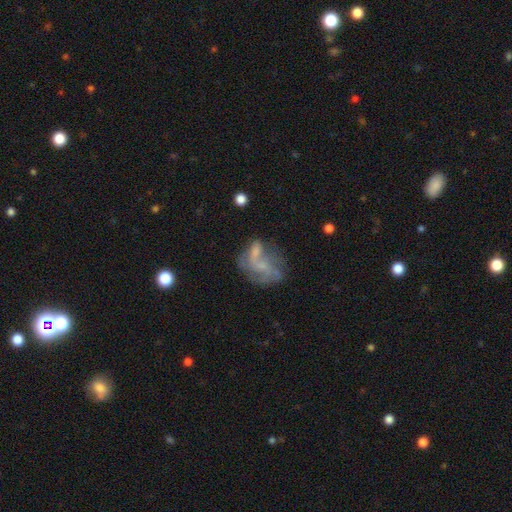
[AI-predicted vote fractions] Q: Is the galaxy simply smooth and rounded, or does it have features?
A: featured or disk — 60%.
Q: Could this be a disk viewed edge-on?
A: no — 97%.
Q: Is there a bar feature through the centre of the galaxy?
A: no — 65%.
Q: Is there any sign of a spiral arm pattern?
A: yes — 56%.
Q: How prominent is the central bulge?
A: none — 50%.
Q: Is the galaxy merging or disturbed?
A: none — 32%.